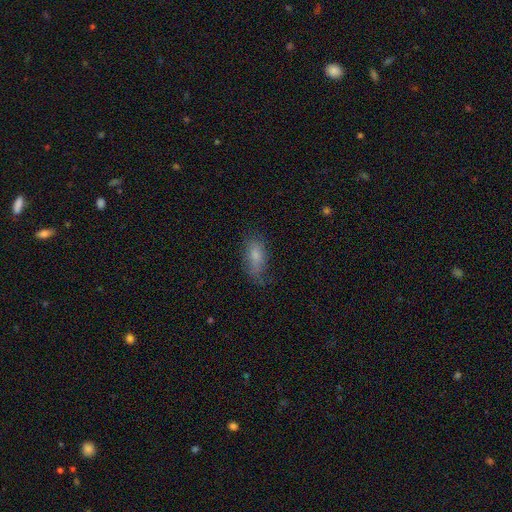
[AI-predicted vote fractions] Overall: smooth (74%). How rounded: in between (86%). Merging: none (56%; minor disturbance 29%).